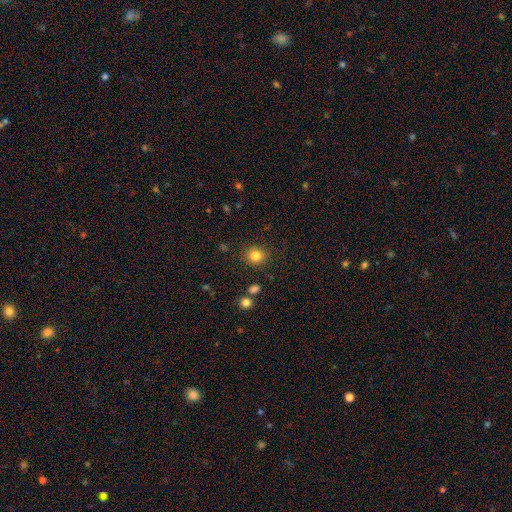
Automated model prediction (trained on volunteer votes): This appears to be a smooth galaxy with no disk features (83%) that is round (81%). Merging: none (86%).